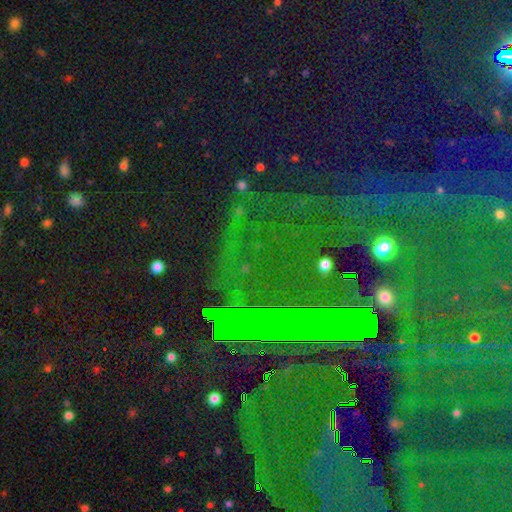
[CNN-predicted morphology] smooth-or-featured: star or artifact: 81% | featured or disk: 10% | smooth: 10%